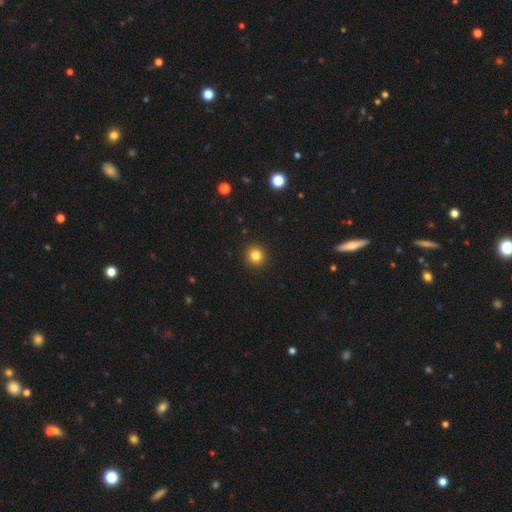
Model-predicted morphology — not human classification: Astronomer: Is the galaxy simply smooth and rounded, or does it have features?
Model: smooth — 83%.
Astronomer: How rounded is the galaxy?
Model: round — 93%.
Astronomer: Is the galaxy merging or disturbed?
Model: none — 93%.